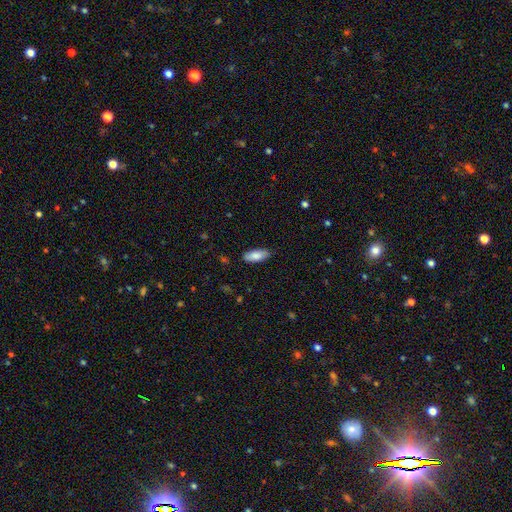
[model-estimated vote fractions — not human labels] smooth 84%, featured or disk 10%, star or artifact 6%. Down the decision tree: how rounded — in between (79%); merging — none (86%).